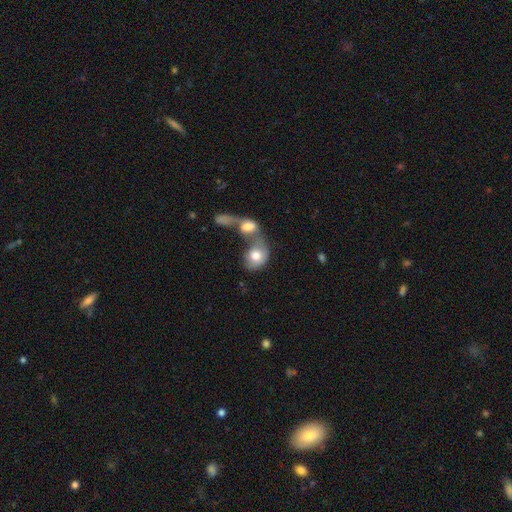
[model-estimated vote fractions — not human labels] Overall: smooth (71%). How rounded: in between (61%; round 37%). Merging: merger (72%).